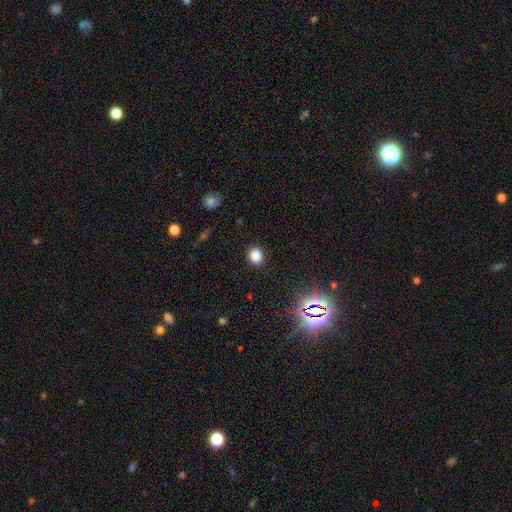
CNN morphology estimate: smooth_or_featured: smooth (p=0.82) [alt: star or artifact p=0.14]
how_rounded: round (p=0.65) [alt: in between p=0.34]
merging: none (p=0.89) [alt: minor disturbance p=0.08]